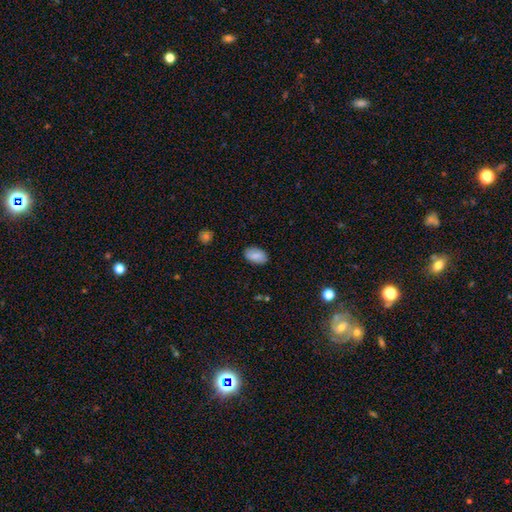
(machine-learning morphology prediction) This is clearly a smooth galaxy (83%). How rounded: clearly in between (93%). Merging: clearly none (86%).